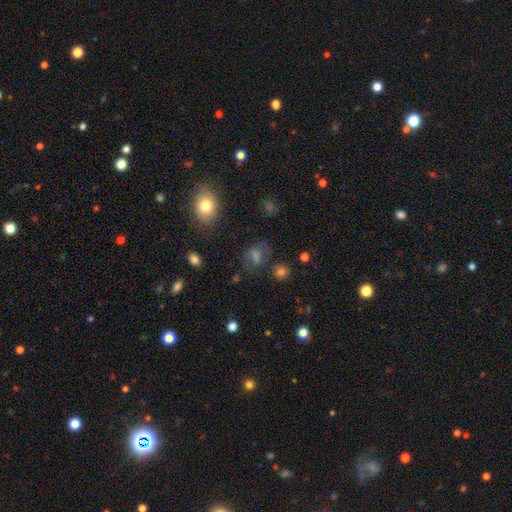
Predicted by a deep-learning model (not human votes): Q: Smooth or featured?
A: smooth (44%); runner-up: featured or disk (29%)
Q: Merging?
A: none (66%); runner-up: minor disturbance (18%)